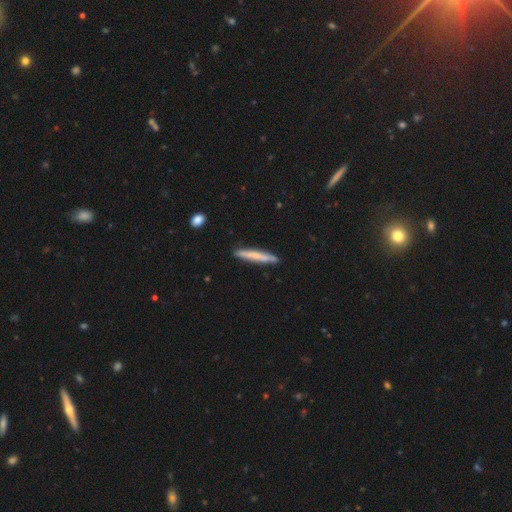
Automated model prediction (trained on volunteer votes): A smooth galaxy with no disk features (62%) that is cigar-shaped (95%).

Vote fractions:
- Smooth or featured? smooth: 62% / featured or disk: 32% / star or artifact: 6%
- How rounded? cigar-shaped: 95% / in between: 4% / round: 1%
- Merging? none: 85% / minor disturbance: 11% / merger: 2% / major disturbance: 2%